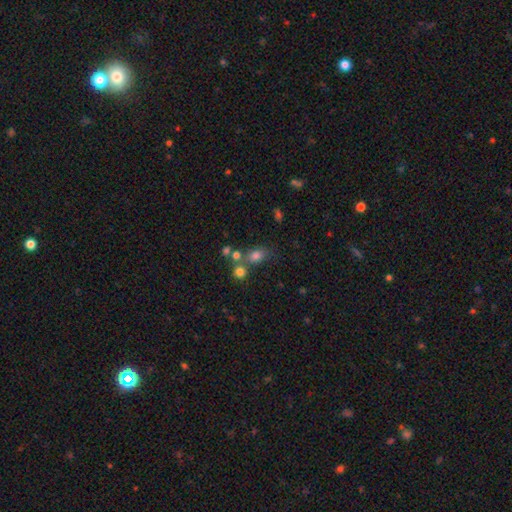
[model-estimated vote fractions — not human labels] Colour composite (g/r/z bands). It shows a smooth galaxy with no disk features (74%) that is in between round and cigar-shaped (58%). Merging: none (52%).